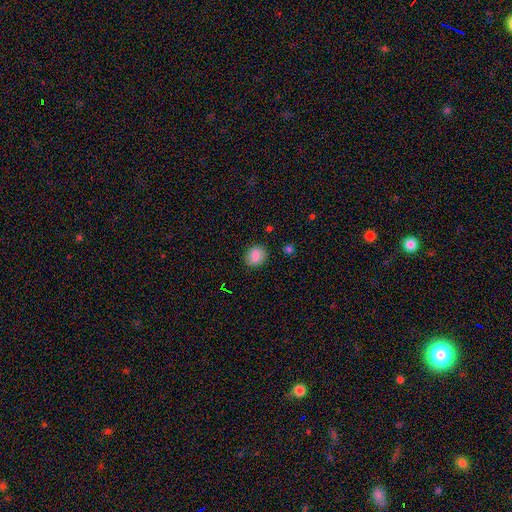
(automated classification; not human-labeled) Overall: smooth (86%). How rounded: round (63%; in between 36%). Merging: none (84%).